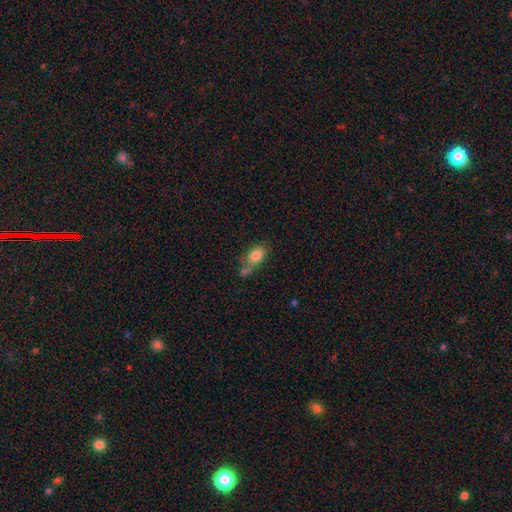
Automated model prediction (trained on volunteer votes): smooth_or_featured: smooth (p=0.81) [alt: featured or disk p=0.11]
how_rounded: in between (p=0.79) [alt: round p=0.19]
merging: none (p=0.43) [alt: merger p=0.34]